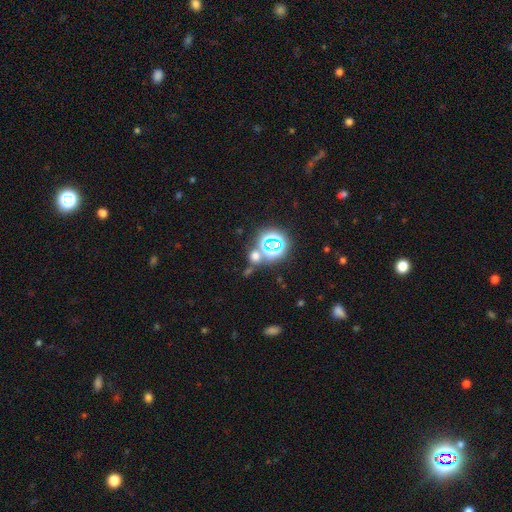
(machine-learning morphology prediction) Smooth or featured?
  - star or artifact: 47% *
  - smooth: 44%
  - featured or disk: 9%